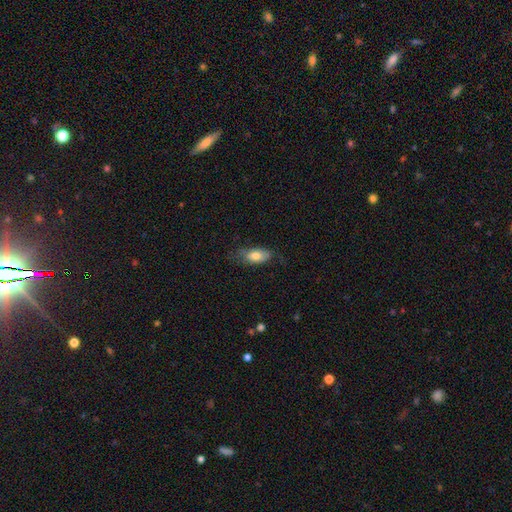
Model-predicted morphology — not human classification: A smooth galaxy with no disk features (74%) that is in between round and cigar-shaped (87%).

Vote fractions:
- Smooth or featured? smooth: 74% / featured or disk: 19% / star or artifact: 7%
- How rounded? in between: 87% / cigar-shaped: 9% / round: 4%
- Merging? none: 57% / minor disturbance: 30% / major disturbance: 12% / merger: 2%